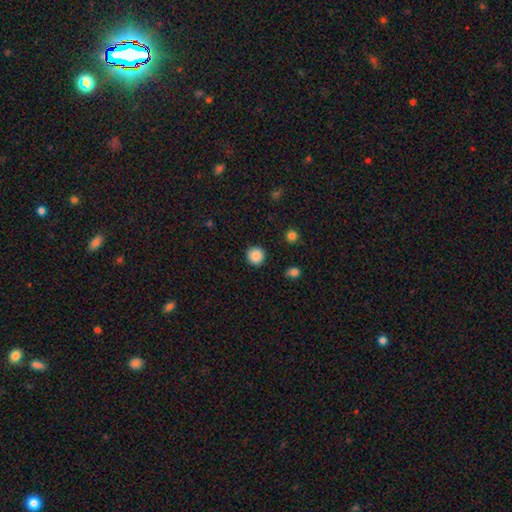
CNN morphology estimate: Q: Smooth or featured?
A: smooth (87%); runner-up: star or artifact (9%)
Q: How rounded?
A: round (95%); runner-up: in between (5%)
Q: Merging?
A: none (91%); runner-up: minor disturbance (6%)